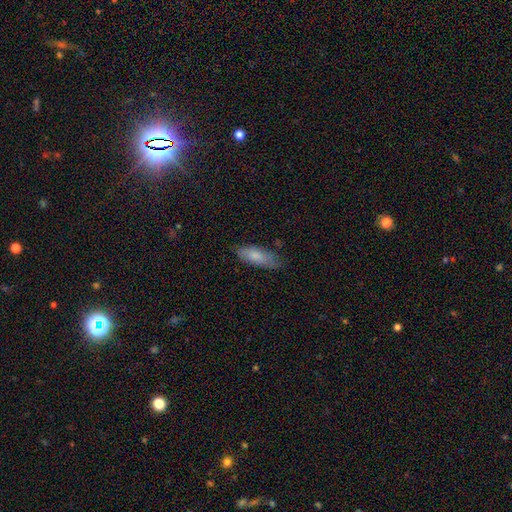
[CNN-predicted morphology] smooth_or_featured: smooth (p=0.79) [alt: featured or disk p=0.15]
how_rounded: in between (p=0.67) [alt: cigar-shaped p=0.31]
merging: none (p=0.67) [alt: minor disturbance p=0.26]